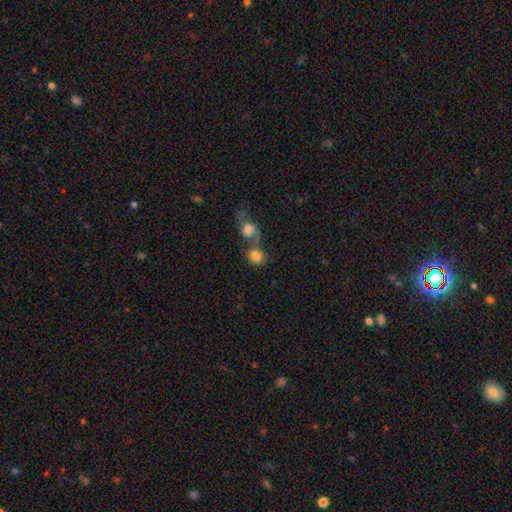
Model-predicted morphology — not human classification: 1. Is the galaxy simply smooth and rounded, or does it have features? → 82% smooth, 9% featured or disk, 9% star or artifact.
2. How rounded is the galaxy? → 85% round, 14% in between, 1% cigar-shaped.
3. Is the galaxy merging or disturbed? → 45% merger, 43% none, 8% minor disturbance, 5% major disturbance.